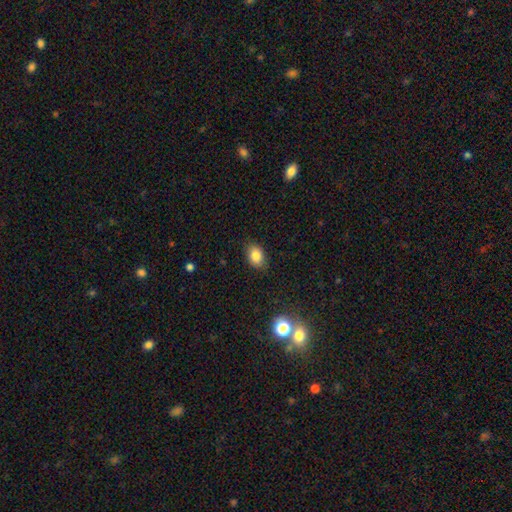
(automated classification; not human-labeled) This appears to be a smooth galaxy with no disk features (84%) that is in between round and cigar-shaped (77%). Merging: none (84%).